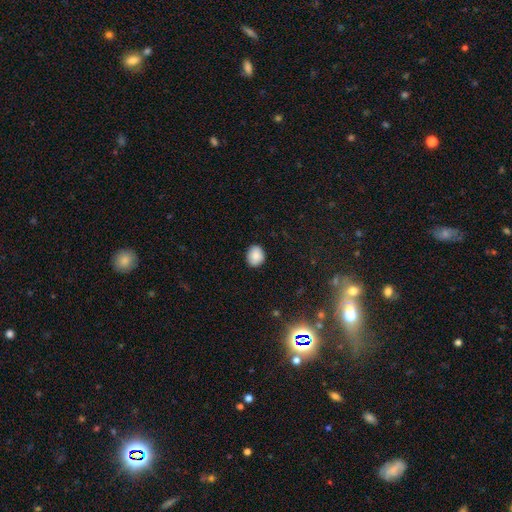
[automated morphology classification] Smooth or featured? Predicted: smooth (p=0.87). How rounded? Predicted: round (p=0.56). Merging? Predicted: none (p=0.86).